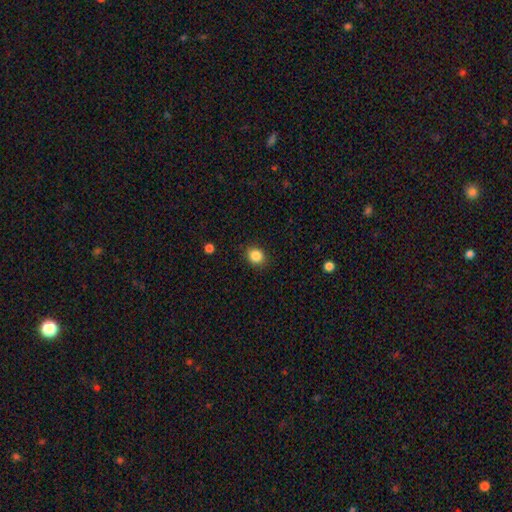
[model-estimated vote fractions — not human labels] Smooth or featured? smooth (86%)
How rounded? round (67%)
Merging? none (88%)